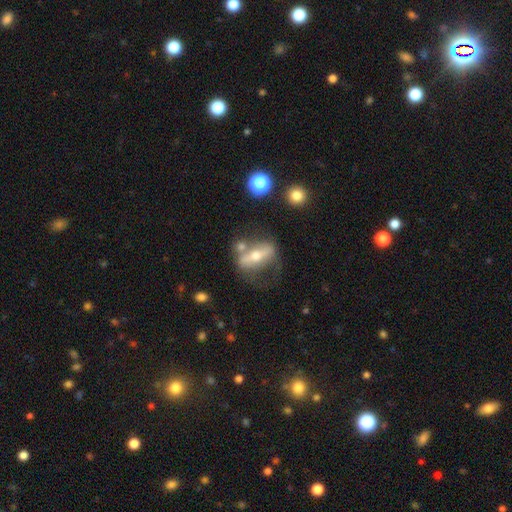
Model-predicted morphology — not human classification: type=featured or disk (62%); edge-on=no (61%); merging=none (47%).